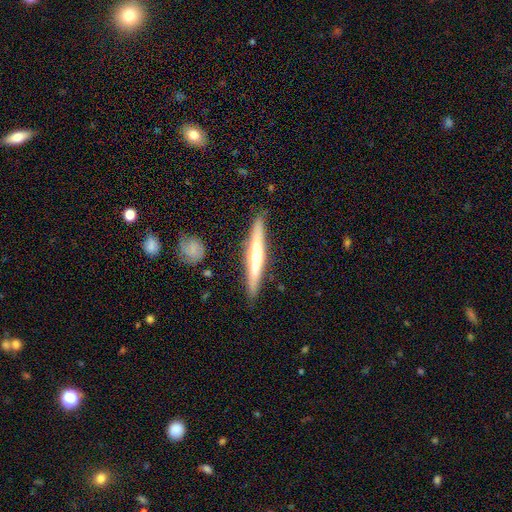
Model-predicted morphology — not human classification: Smooth or featured?
  - featured or disk: 58% *
  - smooth: 36%
  - star or artifact: 6%
Edge-on disk?
  - yes: 94% *
  - no: 6%
Edge-on bulge?
  - rounded: 75% *
  - none: 19%
  - boxy: 5%
Merging?
  - none: 88% *
  - minor disturbance: 9%
  - major disturbance: 2%
  - merger: 2%